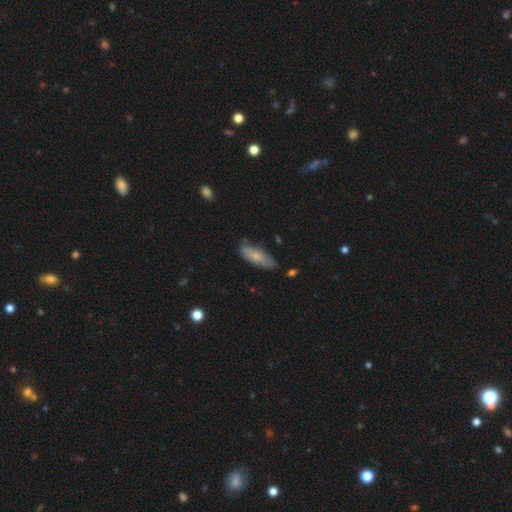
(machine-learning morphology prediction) This appears to be a smooth galaxy with no disk features (68%) that is in between round and cigar-shaped (60%). Merging: none (77%).